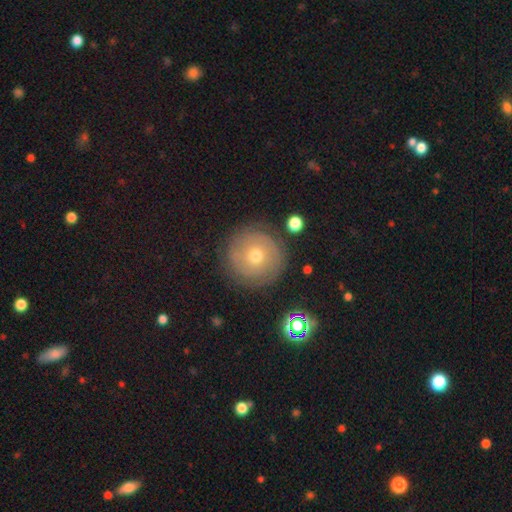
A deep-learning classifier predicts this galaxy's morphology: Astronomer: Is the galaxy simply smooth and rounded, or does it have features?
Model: featured or disk — 56% (runner-up: smooth, 32%).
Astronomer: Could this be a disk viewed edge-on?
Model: no — 97%.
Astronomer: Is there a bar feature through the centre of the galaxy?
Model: no — 82%.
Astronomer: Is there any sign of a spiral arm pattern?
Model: yes — 77%.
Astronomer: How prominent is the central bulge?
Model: moderate — 58% (runner-up: small, 38%).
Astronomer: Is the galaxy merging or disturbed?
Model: none — 85%.